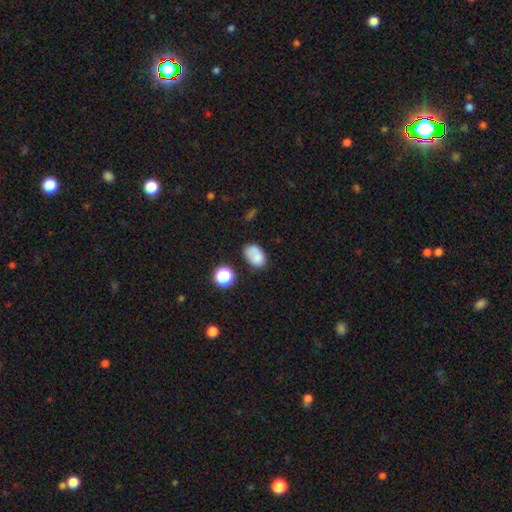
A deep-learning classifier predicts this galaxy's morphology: Smooth or featured: smooth — 77% (featured or disk — 11%)
How rounded: in between — 81% (round — 18%)
Merging: none — 54% (minor disturbance — 23%)